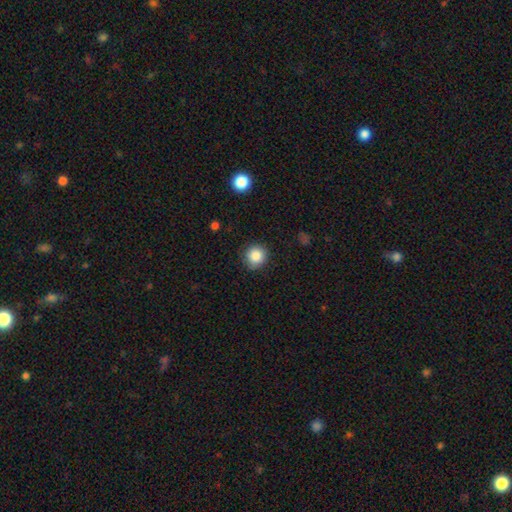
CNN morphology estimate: Overall: smooth (85%). How rounded: round (93%). Merging: none (88%).